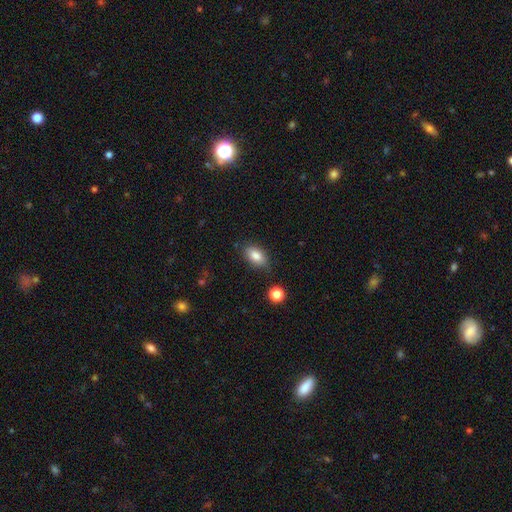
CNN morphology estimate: This is clearly a smooth galaxy (83%). How rounded: clearly in between (89%). Merging: likely none (77%).